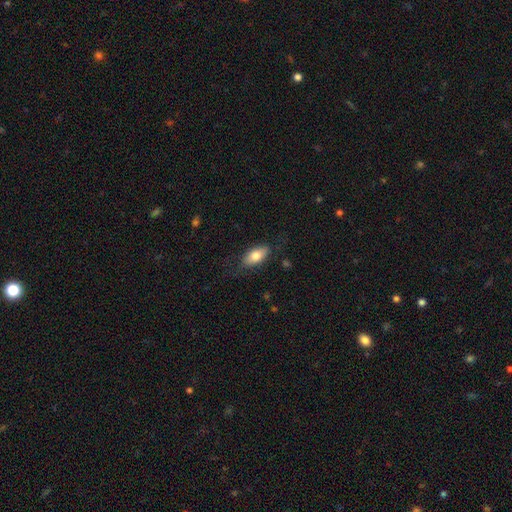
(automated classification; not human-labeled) smooth 77%, featured or disk 17%, star or artifact 7%. Down the decision tree: how rounded — in between (89%); merging — none (78%).